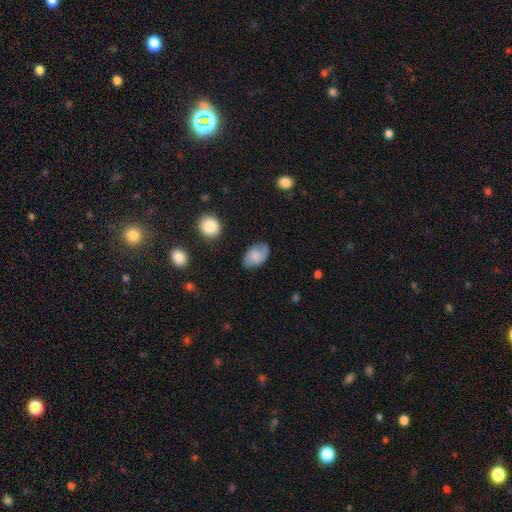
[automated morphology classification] The model was most divided on "smooth or featured": smooth: 57%, featured or disk: 34%, star or artifact: 8%. More confident: how rounded — in between (86%); merging — none (70%).